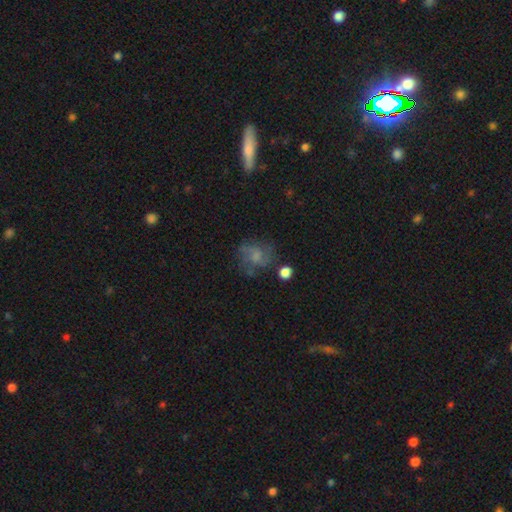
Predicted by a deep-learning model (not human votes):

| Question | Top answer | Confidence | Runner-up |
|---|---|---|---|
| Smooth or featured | smooth | 48% | featured or disk (38%) |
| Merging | none | 53% | minor disturbance (22%) |